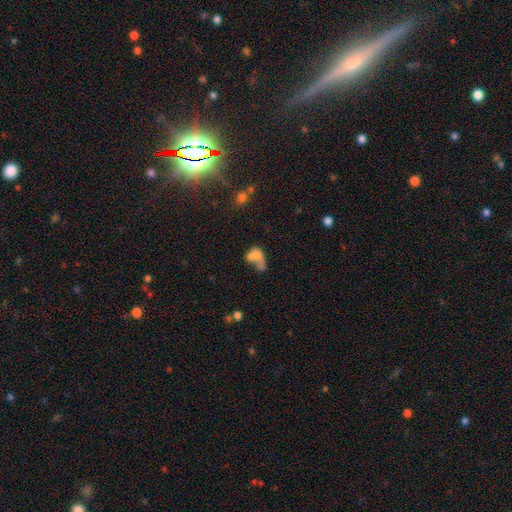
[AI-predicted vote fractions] This is likely a smooth galaxy (61%). How rounded: likely in between (67%). Merging: likely merger (63%).